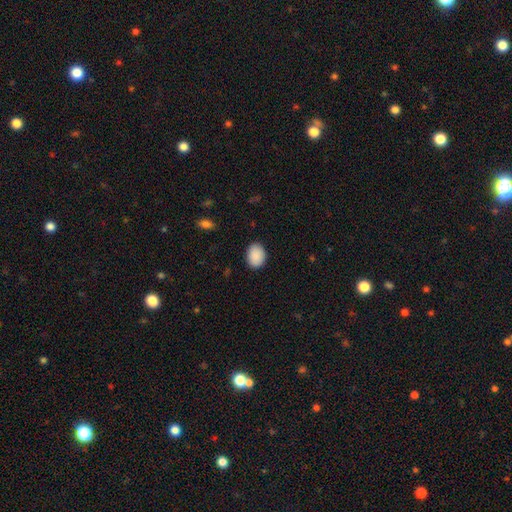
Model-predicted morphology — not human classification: smooth-or-featured: smooth: 90% | star or artifact: 7% | featured or disk: 3%
  how-rounded: in between: 73% | round: 26% | cigar-shaped: 1%
  merging: none: 88% | minor disturbance: 9% | major disturbance: 2% | merger: 1%